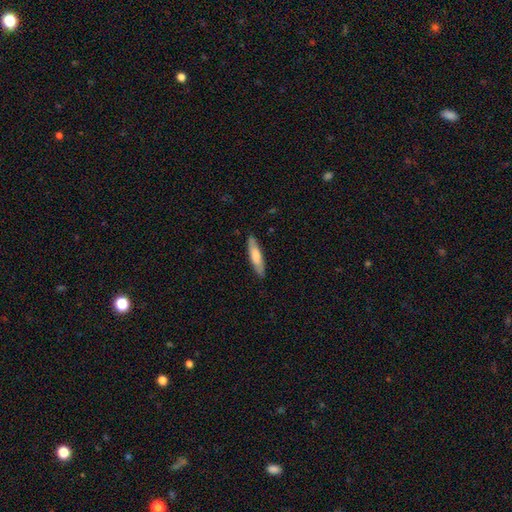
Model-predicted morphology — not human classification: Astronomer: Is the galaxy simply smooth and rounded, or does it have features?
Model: smooth — 68%.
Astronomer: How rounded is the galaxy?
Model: cigar-shaped — 77%.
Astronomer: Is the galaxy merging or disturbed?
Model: none — 86%.